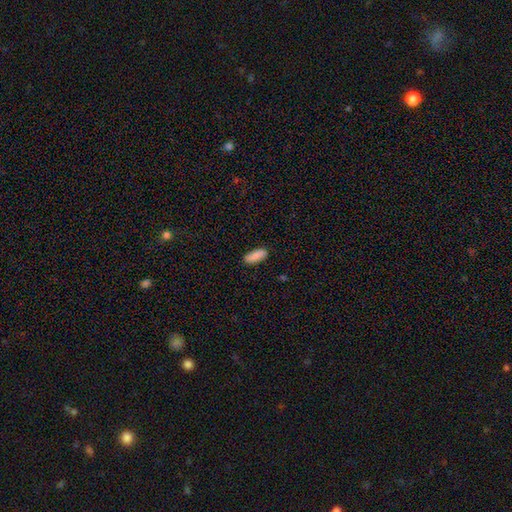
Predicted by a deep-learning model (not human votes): Overall: smooth (86%). How rounded: in between (81%). Merging: none (87%).